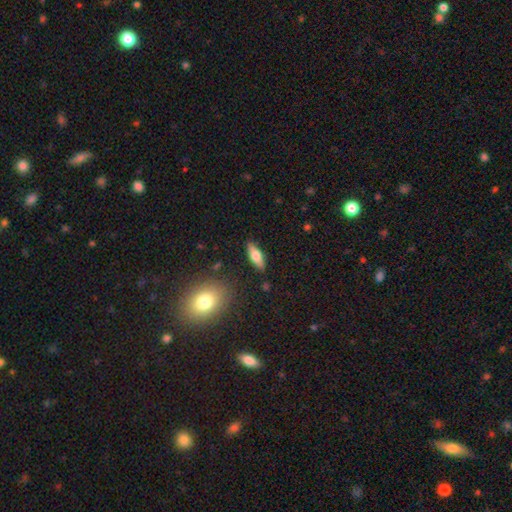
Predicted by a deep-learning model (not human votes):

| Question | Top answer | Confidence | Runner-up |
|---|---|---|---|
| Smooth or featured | smooth | 59% | featured or disk (34%) |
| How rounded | in between | 56% | cigar-shaped (42%) |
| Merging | none | 86% | minor disturbance (9%) |